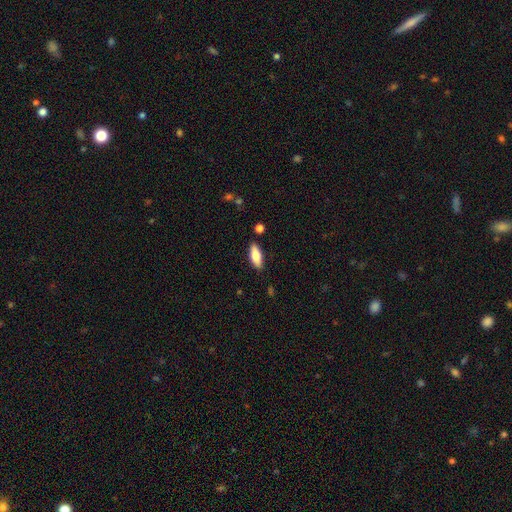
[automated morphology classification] smooth_or_featured: smooth (p=0.79) [alt: featured or disk p=0.15]
how_rounded: in between (p=0.71) [alt: cigar-shaped p=0.27]
merging: none (p=0.85) [alt: minor disturbance p=0.10]